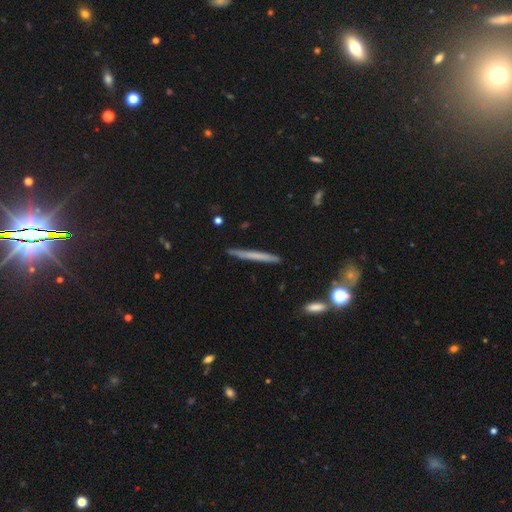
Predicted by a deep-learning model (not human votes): Q: Smooth or featured?
A: smooth (56%); runner-up: featured or disk (37%)
Q: How rounded?
A: cigar-shaped (96%); runner-up: in between (2%)
Q: Merging?
A: none (90%); runner-up: minor disturbance (7%)